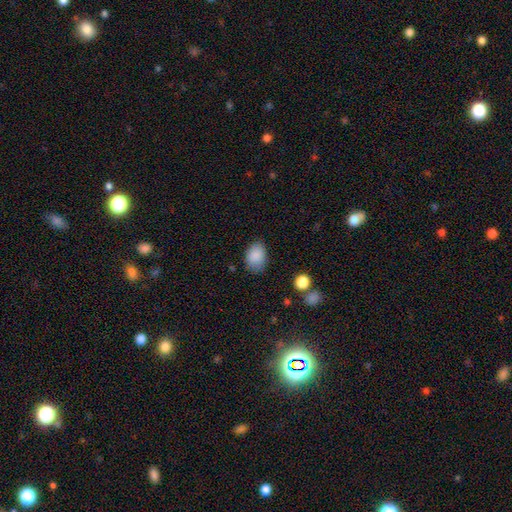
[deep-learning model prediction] Smooth or featured?
  - smooth: 87% *
  - star or artifact: 8%
  - featured or disk: 5%
How rounded?
  - in between: 78% *
  - round: 21%
  - cigar-shaped: 1%
Merging?
  - none: 75% *
  - minor disturbance: 19%
  - major disturbance: 4%
  - merger: 2%